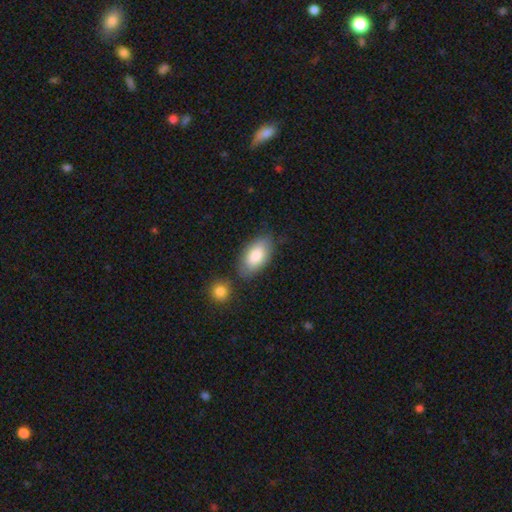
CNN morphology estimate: A smooth galaxy with no disk features (82%) that is in between round and cigar-shaped (93%). Merging: none (70%).